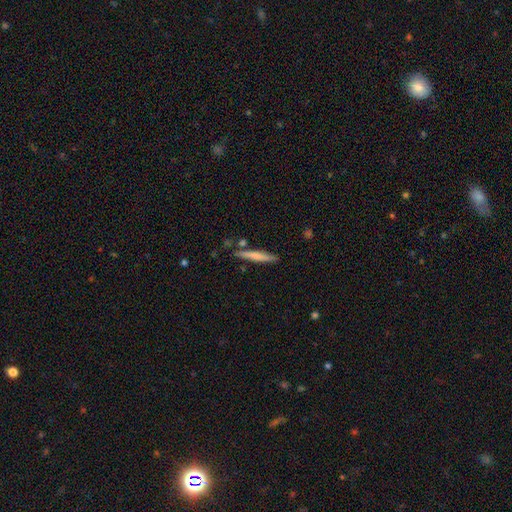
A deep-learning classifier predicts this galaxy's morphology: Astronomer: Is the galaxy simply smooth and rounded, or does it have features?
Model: smooth — 62%.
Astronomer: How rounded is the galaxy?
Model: cigar-shaped — 95%.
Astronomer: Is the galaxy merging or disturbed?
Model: none — 82%.